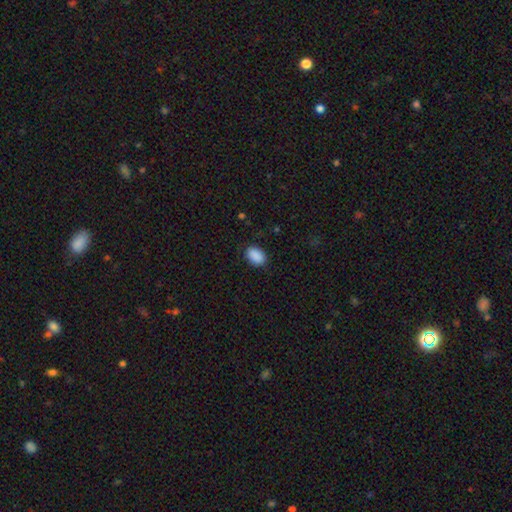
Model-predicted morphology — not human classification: The model was most divided on "how rounded": in between: 85%, round: 14%, cigar-shaped: 1%. More confident: smooth or featured — smooth (90%); merging — none (86%).